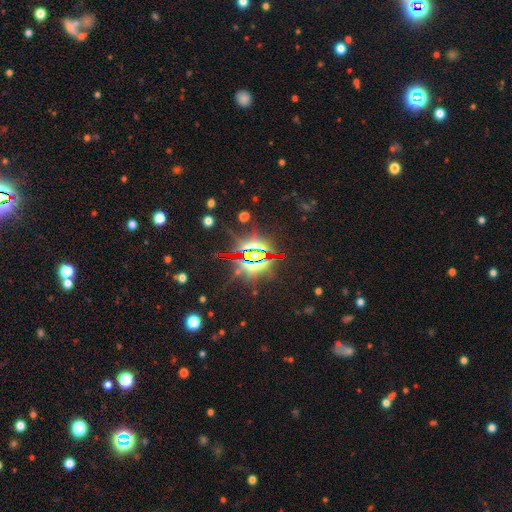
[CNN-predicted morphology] Overall: star or artifact (81%).